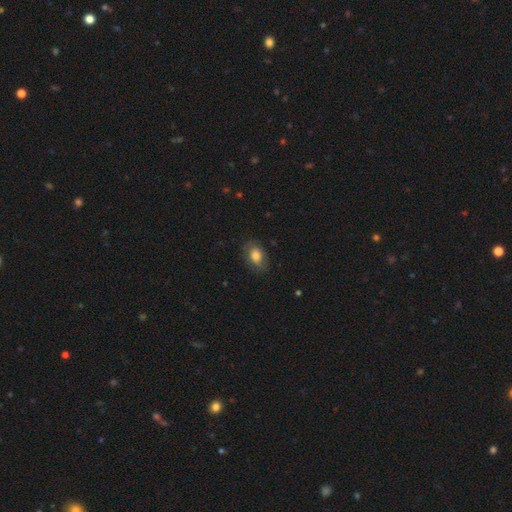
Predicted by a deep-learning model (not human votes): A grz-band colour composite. It shows a smooth galaxy with no disk features (71%) that is in between round and cigar-shaped (77%). Merging: none (72%).